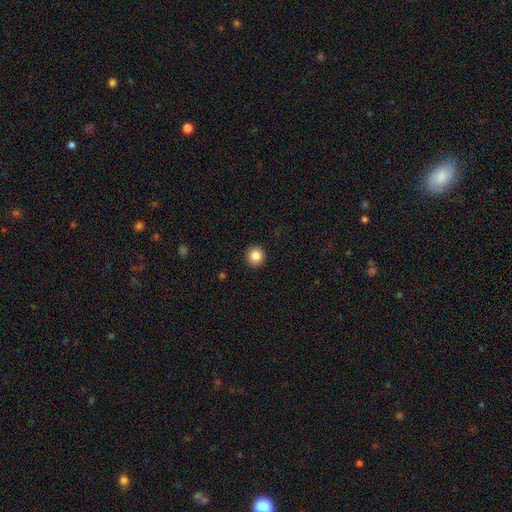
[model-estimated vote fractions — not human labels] smooth-or-featured: smooth: 85% | star or artifact: 10% | featured or disk: 5%
  how-rounded: round: 93% | in between: 6% | cigar-shaped: 1%
  merging: none: 93% | minor disturbance: 4% | major disturbance: 2% | merger: 1%